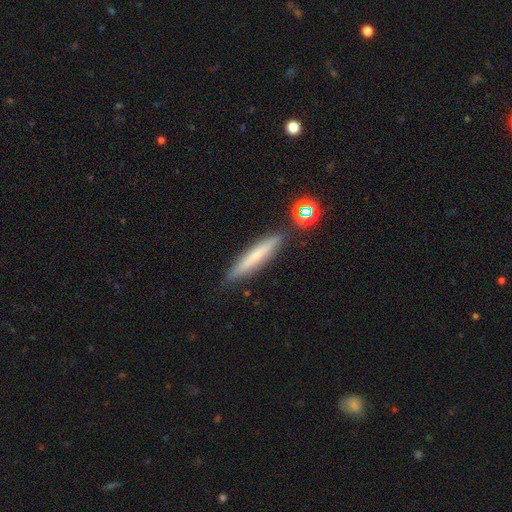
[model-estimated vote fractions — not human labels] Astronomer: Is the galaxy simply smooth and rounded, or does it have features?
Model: smooth — 58% (runner-up: featured or disk, 33%).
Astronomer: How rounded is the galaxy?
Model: cigar-shaped — 91%.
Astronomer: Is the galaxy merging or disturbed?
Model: none — 83%.